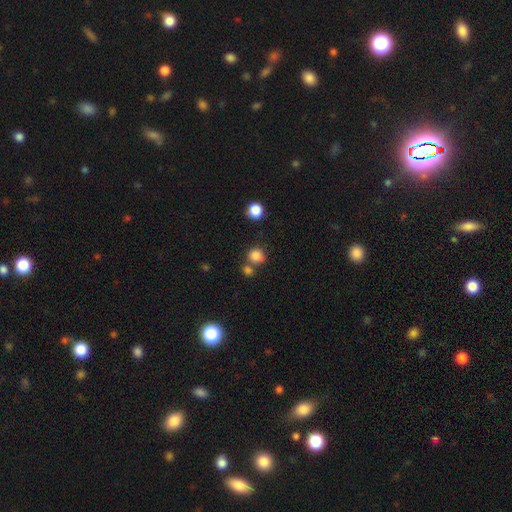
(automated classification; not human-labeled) A smooth galaxy with no disk features (83%) that is round (82%). Merging: none (61%).